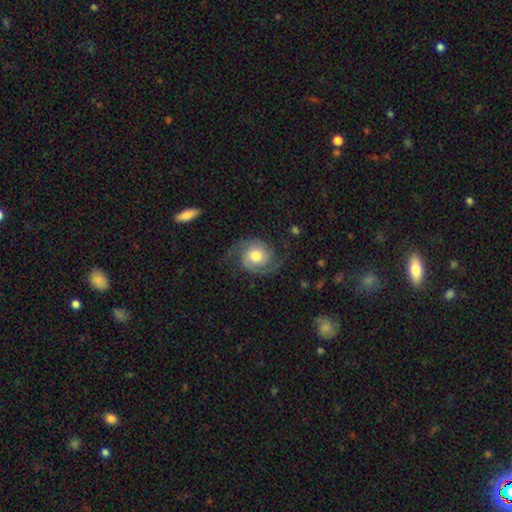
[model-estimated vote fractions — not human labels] Smooth or featured?
  - featured or disk: 83% *
  - smooth: 11%
  - star or artifact: 6%
Edge-on disk?
  - no: 98% *
  - yes: 2%
Bar?
  - no: 72% *
  - weak: 24%
  - strong: 4%
Spiral arms?
  - yes: 97% *
  - no: 3%
Spiral winding?
  - medium: 49% *
  - tight: 27%
  - loose: 25%
Spiral arm count?
  - 2: 93% *
  - can't tell: 2%
  - 1: 1%
  - 3: 1%
  - 4: 1%
  - more than 4: 1%
Bulge size?
  - moderate: 56% *
  - large: 27%
  - small: 11%
  - dominant: 4%
  - none: 2%
Merging?
  - none: 75% *
  - minor disturbance: 15%
  - major disturbance: 8%
  - merger: 1%